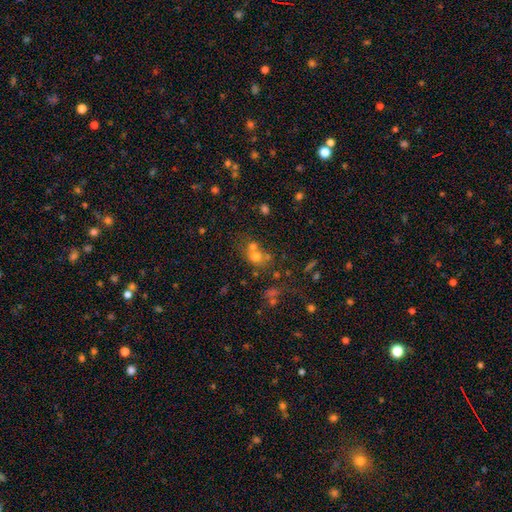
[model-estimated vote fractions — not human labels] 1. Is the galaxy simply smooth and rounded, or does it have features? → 59% smooth, 24% star or artifact, 18% featured or disk.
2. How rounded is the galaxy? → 73% round, 25% in between, 1% cigar-shaped.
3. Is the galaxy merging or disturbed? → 48% merger, 39% none, 8% minor disturbance, 5% major disturbance.